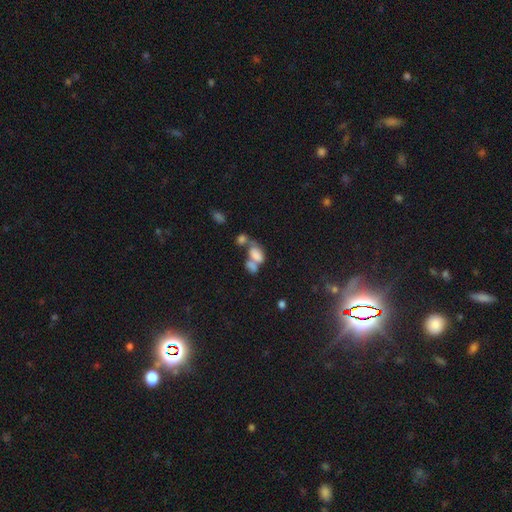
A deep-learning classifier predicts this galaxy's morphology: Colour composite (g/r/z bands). It shows a smooth galaxy with no disk features (69%) that is in between round and cigar-shaped (89%). Merging: merger (64%).